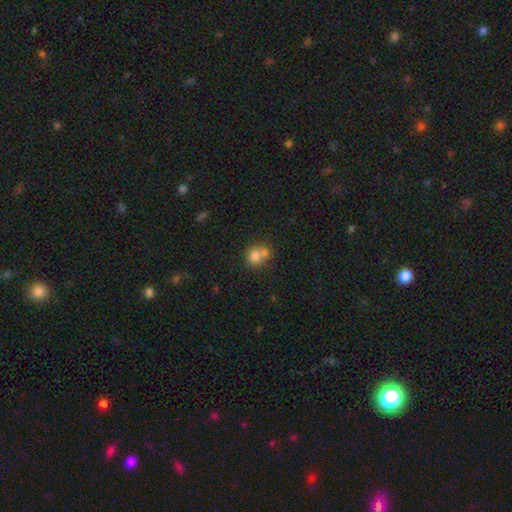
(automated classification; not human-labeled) Q: Smooth or featured?
A: smooth (76%); runner-up: featured or disk (13%)
Q: How rounded?
A: round (78%); runner-up: in between (21%)
Q: Merging?
A: merger (49%); runner-up: none (39%)